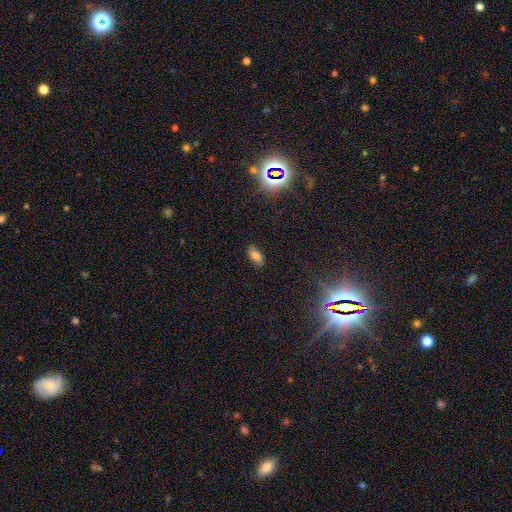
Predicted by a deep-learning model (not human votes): This is likely a smooth galaxy (74%). How rounded: clearly in between (90%). Merging: clearly none (82%).